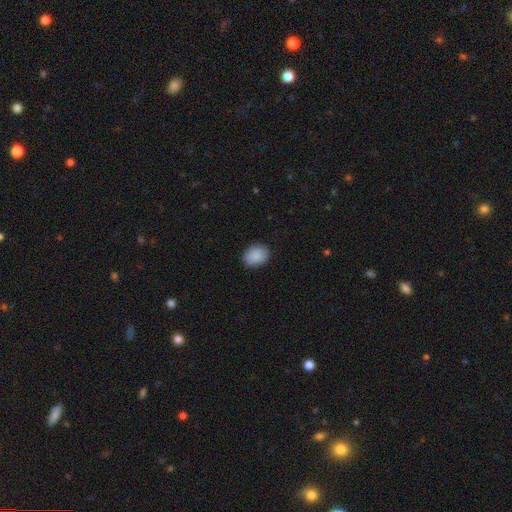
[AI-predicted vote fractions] smooth-or-featured: smooth: 89% | star or artifact: 7% | featured or disk: 4%
  how-rounded: in between: 55% | round: 44% | cigar-shaped: 1%
  merging: none: 87% | minor disturbance: 10% | major disturbance: 2% | merger: 1%